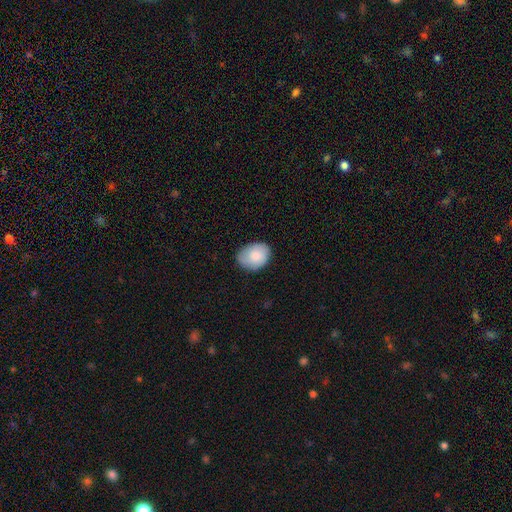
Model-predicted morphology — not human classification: smooth 83%, featured or disk 11%, star or artifact 6%. Down the decision tree: how rounded — in between (64%); merging — none (77%).